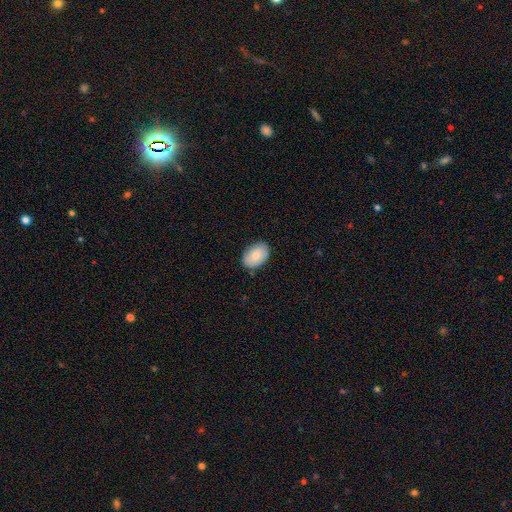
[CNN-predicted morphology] Smooth or featured? smooth (83%)
How rounded? in between (86%)
Merging? none (83%)